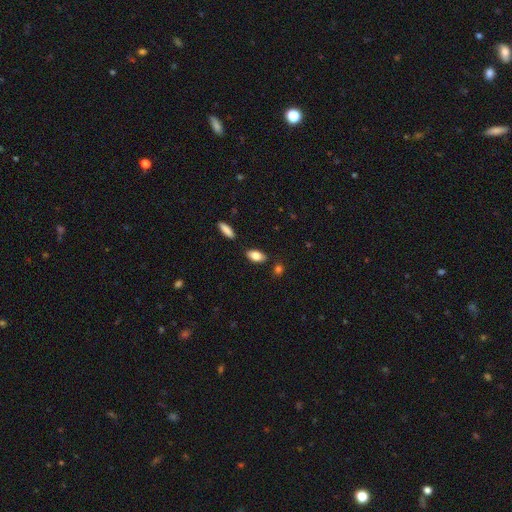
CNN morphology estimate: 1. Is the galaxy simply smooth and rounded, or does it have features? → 82% smooth, 10% featured or disk, 7% star or artifact.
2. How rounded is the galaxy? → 89% in between, 8% cigar-shaped, 3% round.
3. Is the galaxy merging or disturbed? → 82% none, 11% minor disturbance, 4% merger, 2% major disturbance.